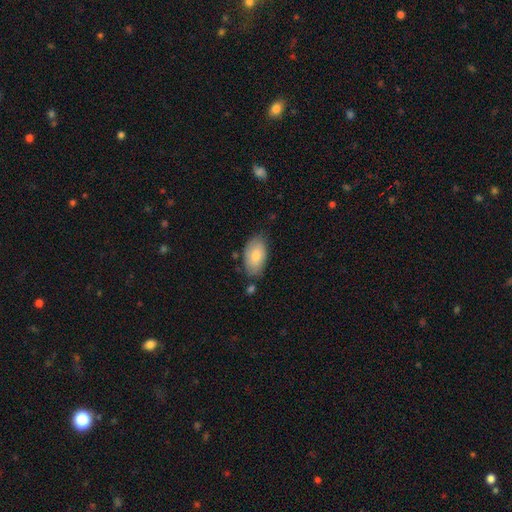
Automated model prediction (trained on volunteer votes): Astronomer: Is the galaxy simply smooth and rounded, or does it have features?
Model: smooth — 72%.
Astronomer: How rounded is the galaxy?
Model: in between — 94%.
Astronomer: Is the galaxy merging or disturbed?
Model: none — 70%.